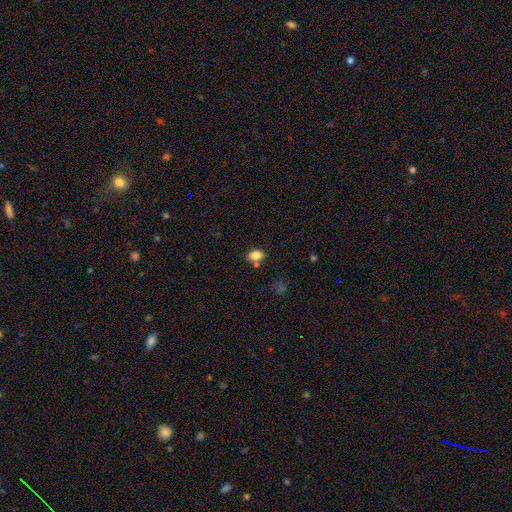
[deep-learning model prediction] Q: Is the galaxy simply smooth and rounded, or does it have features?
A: smooth — 84%.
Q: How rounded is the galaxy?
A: in between — 80%.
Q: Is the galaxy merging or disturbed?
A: none — 71%.